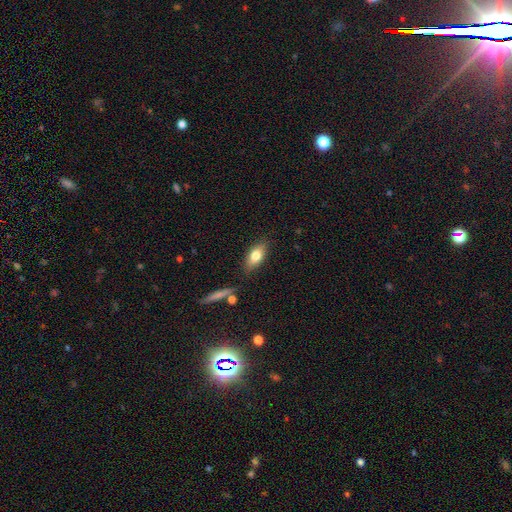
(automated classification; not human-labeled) Smooth or featured?
  - smooth: 74% *
  - featured or disk: 19%
  - star or artifact: 8%
How rounded?
  - in between: 81% *
  - cigar-shaped: 14%
  - round: 5%
Merging?
  - none: 80% *
  - minor disturbance: 13%
  - merger: 4%
  - major disturbance: 3%